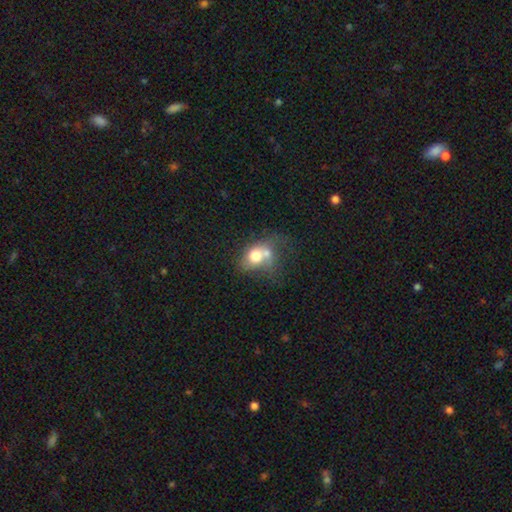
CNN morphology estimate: A smooth galaxy with no disk features (67%) that is in between round and cigar-shaped (55%). Merging: merger (54%).